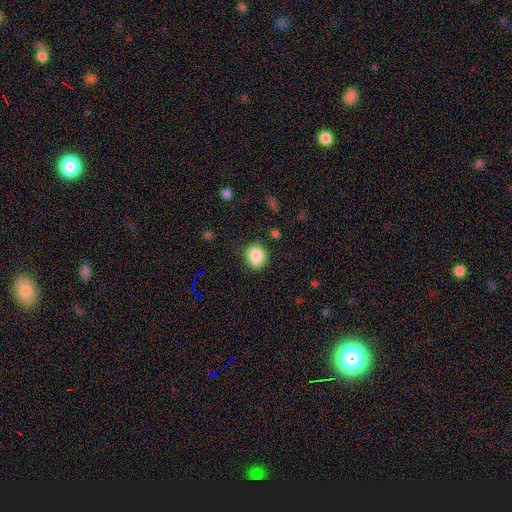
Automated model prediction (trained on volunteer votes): This is clearly a smooth galaxy (85%). How rounded: likely round (72%). Merging: clearly none (80%).